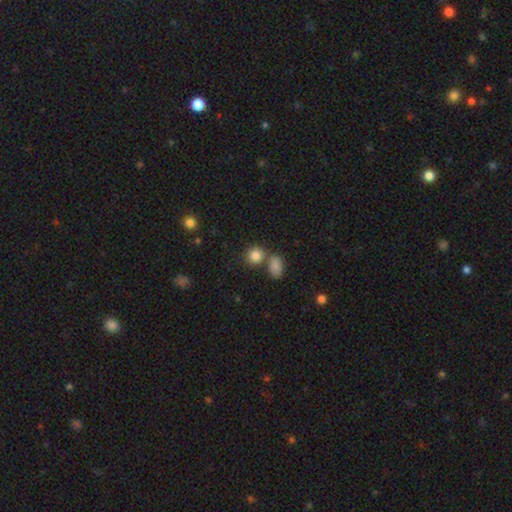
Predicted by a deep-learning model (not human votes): smooth 84%, star or artifact 10%, featured or disk 6%. Down the decision tree: how rounded — round (77%); merging — none (60%).